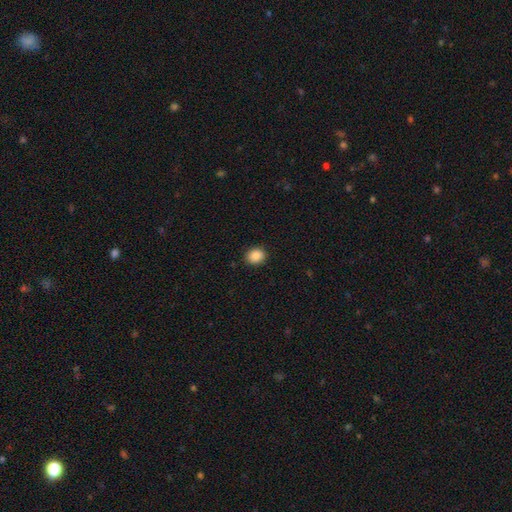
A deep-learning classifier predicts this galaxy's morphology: smooth 88%, star or artifact 9%, featured or disk 3%. Down the decision tree: how rounded — round (72%); merging — none (90%).